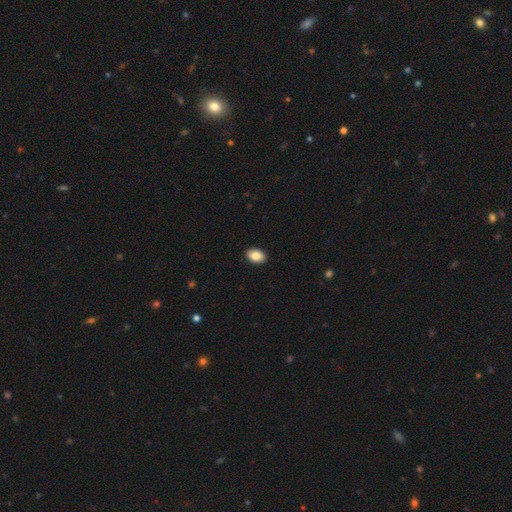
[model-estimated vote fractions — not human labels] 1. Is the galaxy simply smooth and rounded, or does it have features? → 88% smooth, 7% star or artifact, 4% featured or disk.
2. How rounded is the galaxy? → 84% in between, 15% round, 1% cigar-shaped.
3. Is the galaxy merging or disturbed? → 91% none, 7% minor disturbance, 2% major disturbance, 1% merger.